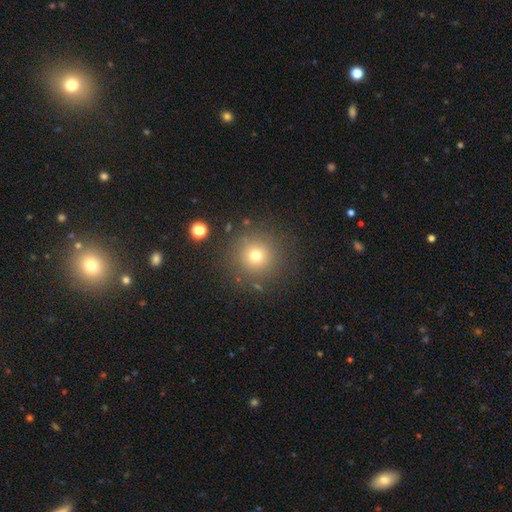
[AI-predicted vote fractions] Q: Smooth or featured?
A: smooth (71%); runner-up: star or artifact (18%)
Q: How rounded?
A: round (95%); runner-up: in between (4%)
Q: Merging?
A: none (86%); runner-up: minor disturbance (7%)